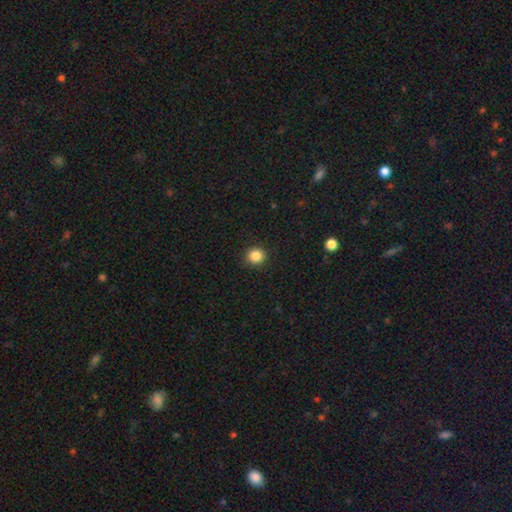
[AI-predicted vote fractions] Smooth or featured: smooth — 86% (star or artifact — 11%)
How rounded: round — 89% (in between — 10%)
Merging: none — 91% (minor disturbance — 6%)